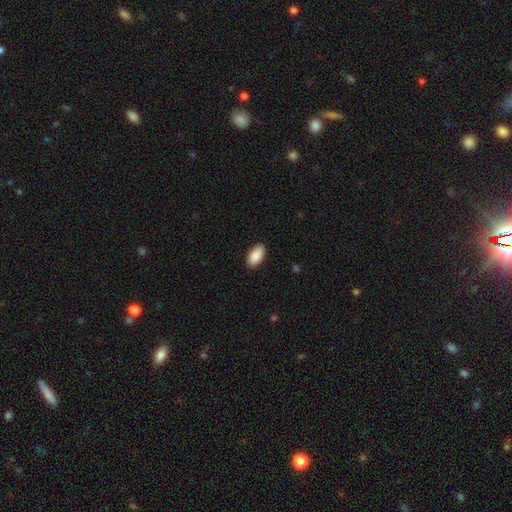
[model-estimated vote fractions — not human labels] Smooth or featured: smooth — 89% (star or artifact — 6%)
How rounded: in between — 93% (cigar-shaped — 5%)
Merging: none — 89% (minor disturbance — 9%)